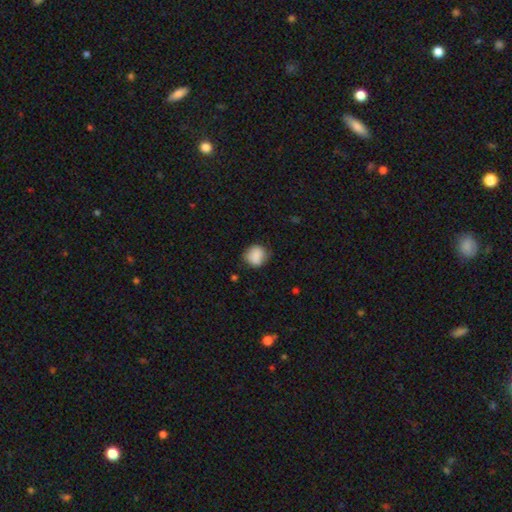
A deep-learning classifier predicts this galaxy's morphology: smooth-or-featured: smooth: 84% | star or artifact: 8% | featured or disk: 8%
  how-rounded: round: 78% | in between: 21% | cigar-shaped: 1%
  merging: none: 74% | minor disturbance: 20% | major disturbance: 5% | merger: 2%